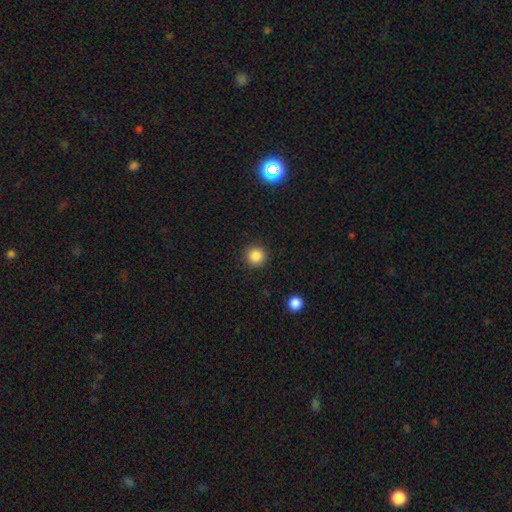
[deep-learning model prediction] Overall: smooth (85%). How rounded: round (95%). Merging: none (92%).